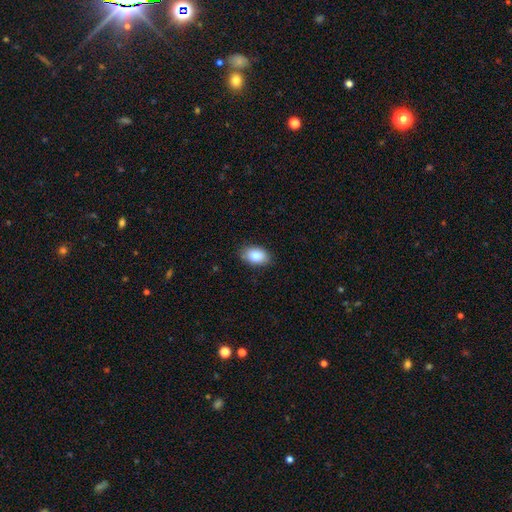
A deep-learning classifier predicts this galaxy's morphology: This is clearly a smooth galaxy (84%). How rounded: clearly in between (88%). Merging: clearly none (86%).